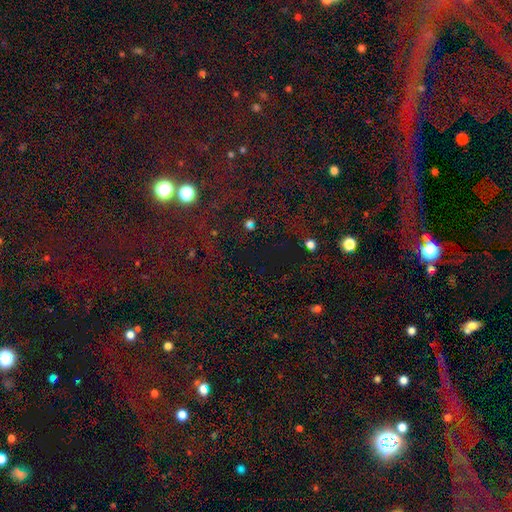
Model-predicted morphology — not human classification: star or artifact 66%, smooth 26%, featured or disk 8%.